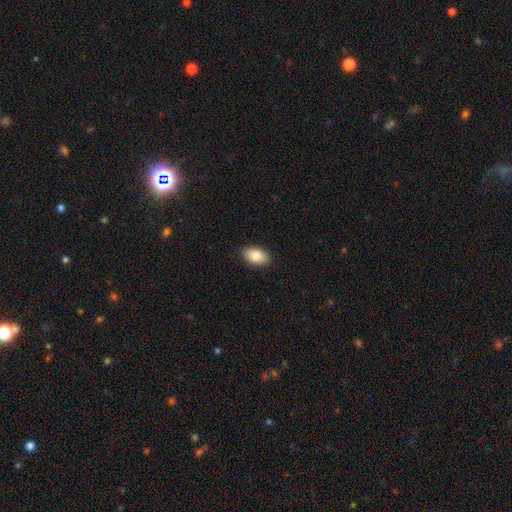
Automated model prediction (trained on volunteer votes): Overall: smooth (84%). How rounded: in between (92%). Merging: none (89%).